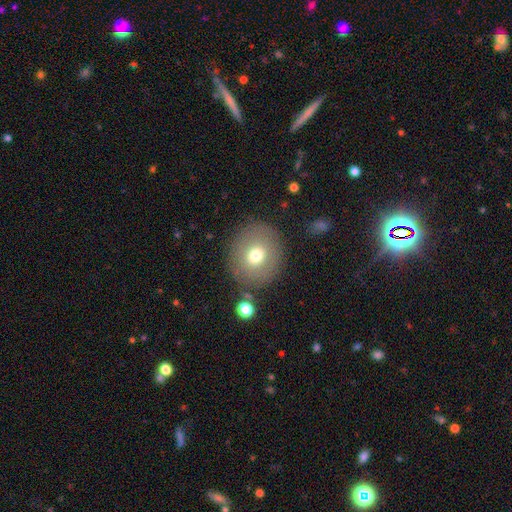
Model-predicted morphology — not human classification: type=smooth (69%); roundness=round (83%); merging=none (83%).